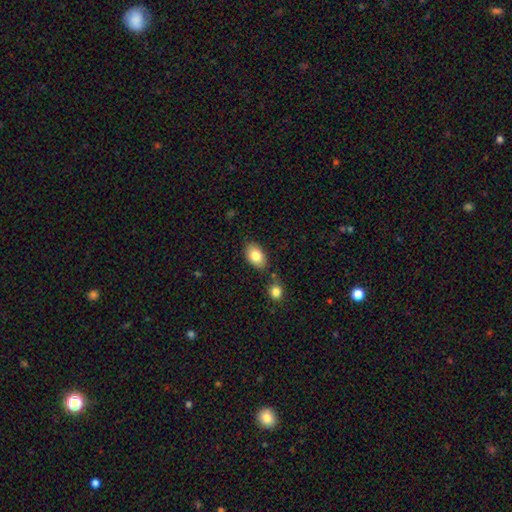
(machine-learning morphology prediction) A smooth galaxy with no disk features (82%) that is in between round and cigar-shaped (90%). Merging: none (78%).